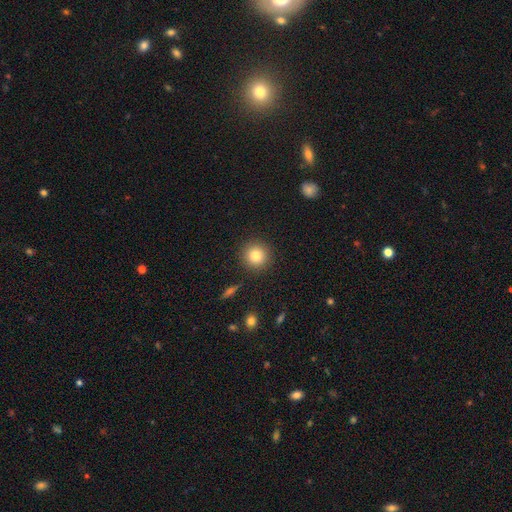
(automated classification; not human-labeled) A smooth galaxy with no disk features (82%) that is round (94%). Merging: none (91%).